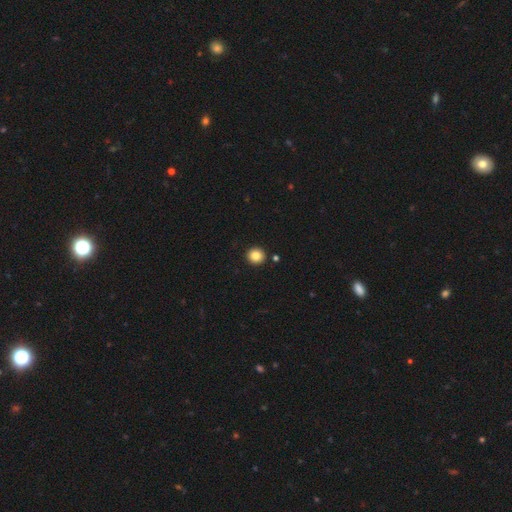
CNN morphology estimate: The model was most divided on "smooth or featured": smooth: 84%, star or artifact: 10%, featured or disk: 6%. More confident: merging — none (92%); how rounded — round (91%).